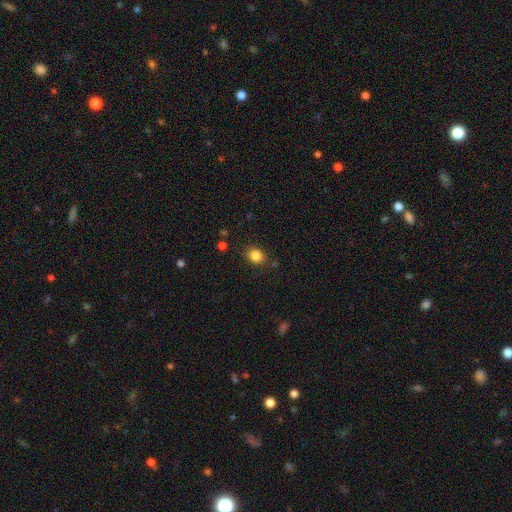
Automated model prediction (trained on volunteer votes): A smooth galaxy with no disk features (84%) that is round (63%).

Vote fractions:
- Smooth or featured? smooth: 84% / star or artifact: 11% / featured or disk: 5%
- How rounded? round: 63% / in between: 36% / cigar-shaped: 1%
- Merging? none: 85% / minor disturbance: 10% / major disturbance: 3% / merger: 2%